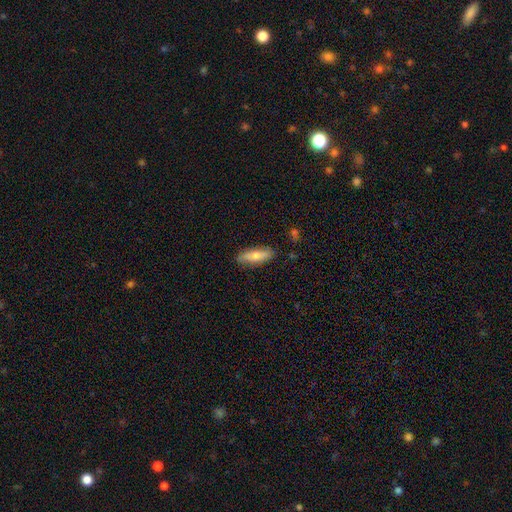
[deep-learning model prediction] Smooth or featured? Predicted: smooth (p=0.72). How rounded? Predicted: in between (p=0.49, tied with cigar-shaped). Merging? Predicted: none (p=0.83).